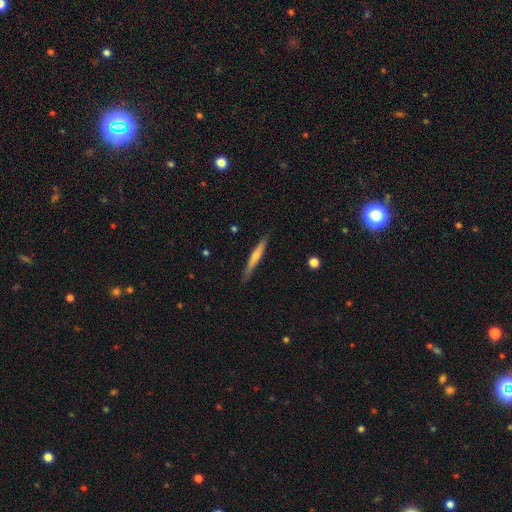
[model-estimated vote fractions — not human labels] Smooth or featured: smooth — 47% (tied with featured or disk — 47%)
Merging: none — 86% (minor disturbance — 11%)